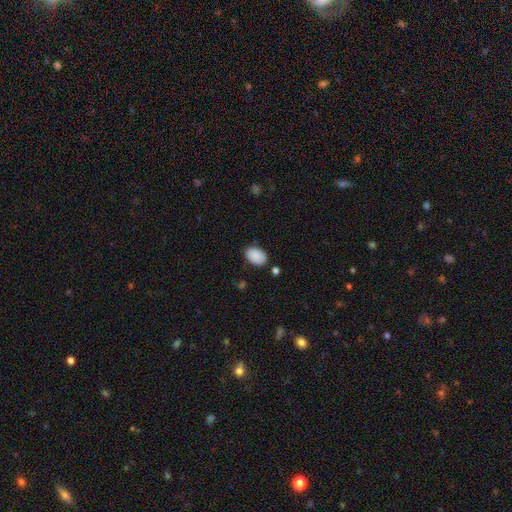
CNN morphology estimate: Q: Smooth or featured?
A: smooth (90%); runner-up: star or artifact (7%)
Q: How rounded?
A: in between (89%); runner-up: round (10%)
Q: Merging?
A: none (82%); runner-up: minor disturbance (13%)